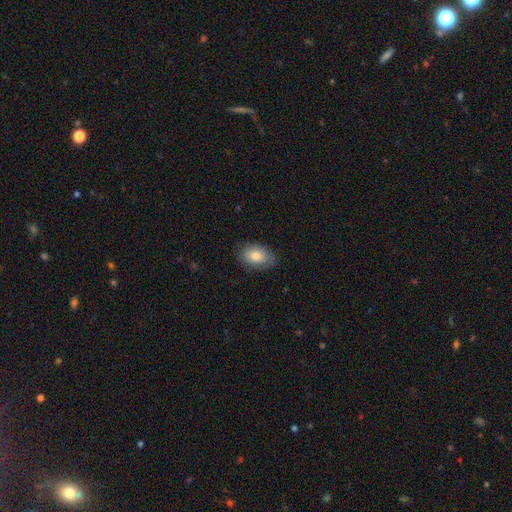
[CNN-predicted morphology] This is clearly a smooth galaxy (80%). How rounded: clearly in between (88%). Merging: likely none (79%).